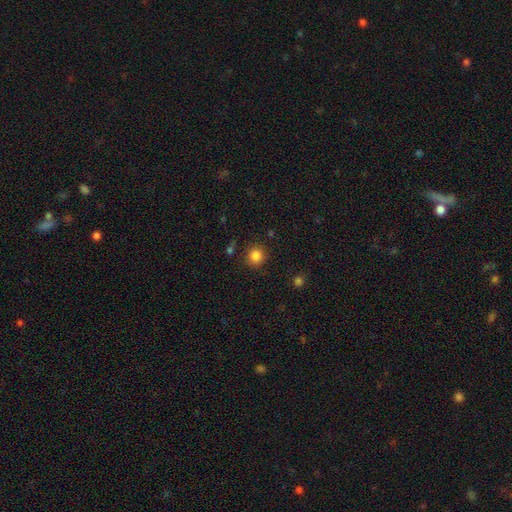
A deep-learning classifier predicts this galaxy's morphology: Smooth or featured? Predicted: smooth (p=0.84). How rounded? Predicted: round (p=0.90). Merging? Predicted: none (p=0.87).